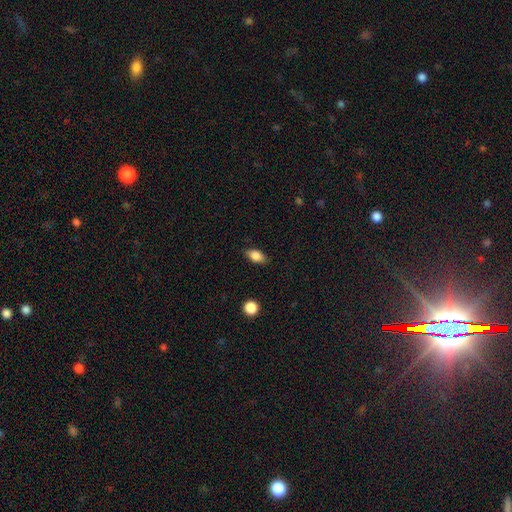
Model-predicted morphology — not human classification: A smooth galaxy with no disk features (84%) that is in between round and cigar-shaped (88%). Merging: none (84%).